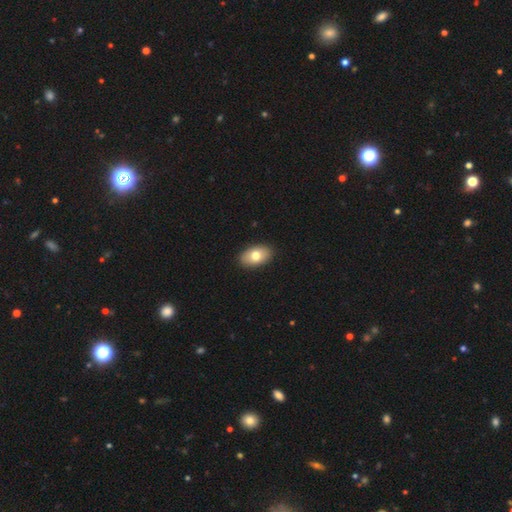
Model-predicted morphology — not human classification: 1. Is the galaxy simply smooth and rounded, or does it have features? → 75% smooth, 18% featured or disk, 7% star or artifact.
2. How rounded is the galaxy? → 91% in between, 7% round, 1% cigar-shaped.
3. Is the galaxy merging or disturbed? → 90% none, 7% minor disturbance, 2% major disturbance, 1% merger.